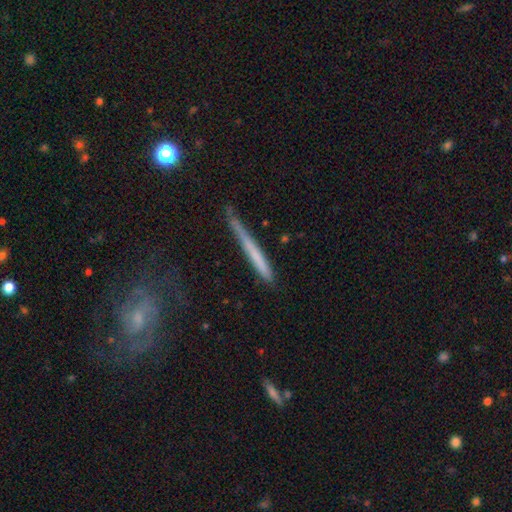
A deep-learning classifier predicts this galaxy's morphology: This appears to be a smooth galaxy with no disk features (55%) that is cigar-shaped (97%). Merging: none (72%).